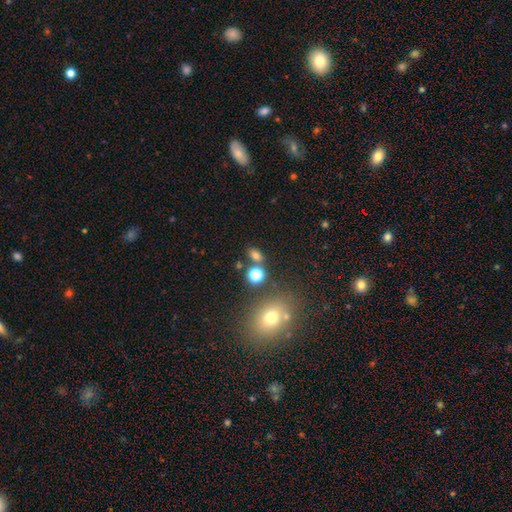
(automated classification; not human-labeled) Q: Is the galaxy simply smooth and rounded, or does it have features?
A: smooth — 72%.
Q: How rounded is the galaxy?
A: in between — 66%.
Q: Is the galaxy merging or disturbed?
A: none — 72%.